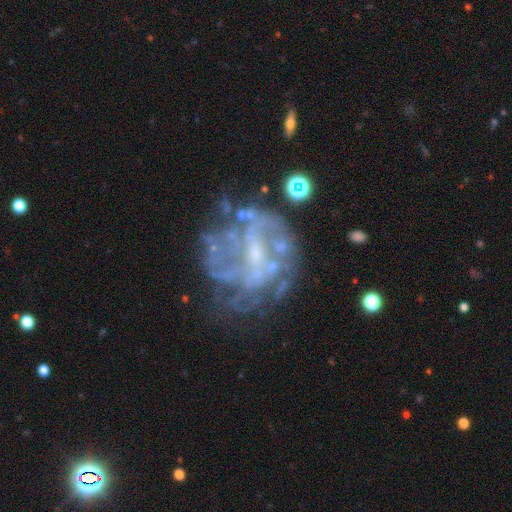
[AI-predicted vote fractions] Smooth or featured? featured or disk (76%)
Edge-on disk? no (98%)
Bar? no (48%)
Spiral arms? no (55%)
Bulge size? small (49%)
Merging? none (53%)